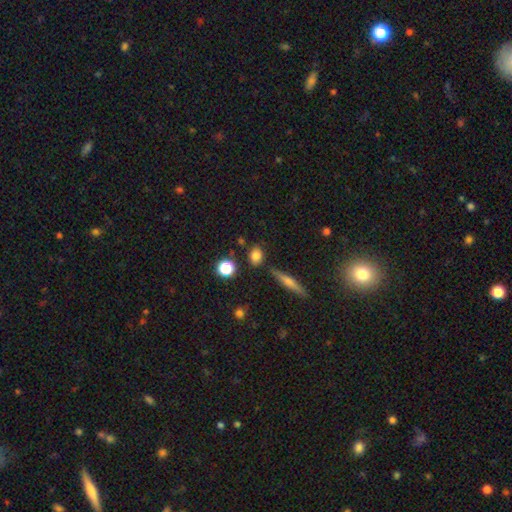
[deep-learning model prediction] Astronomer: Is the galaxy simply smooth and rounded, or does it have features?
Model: smooth — 81%.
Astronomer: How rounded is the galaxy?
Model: in between — 50% (runner-up: round, 45%).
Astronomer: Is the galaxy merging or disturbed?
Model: none — 80%.